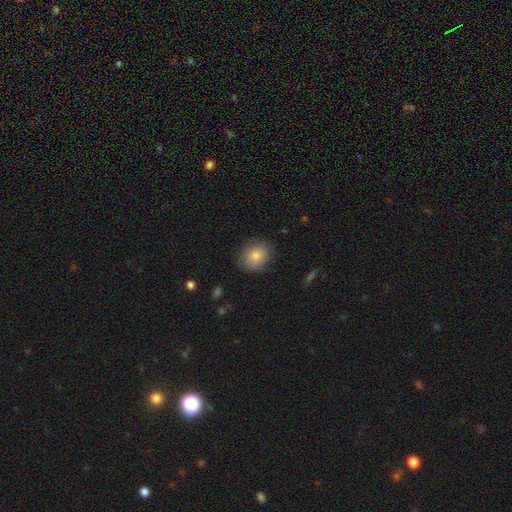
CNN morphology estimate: A smooth galaxy with no disk features (84%) that is round (61%).

Vote fractions:
- Smooth or featured? smooth: 84% / featured or disk: 8% / star or artifact: 8%
- How rounded? round: 61% / in between: 38% / cigar-shaped: 1%
- Merging? none: 82% / minor disturbance: 14% / major disturbance: 4% / merger: 1%